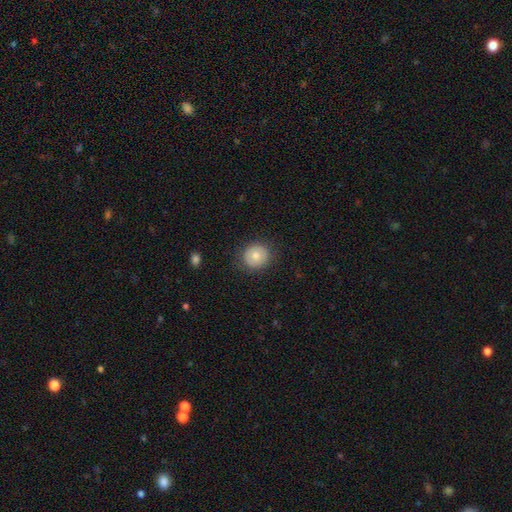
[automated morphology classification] Q: Smooth or featured?
A: smooth (72%); runner-up: featured or disk (20%)
Q: How rounded?
A: round (87%); runner-up: in between (12%)
Q: Merging?
A: none (86%); runner-up: minor disturbance (10%)